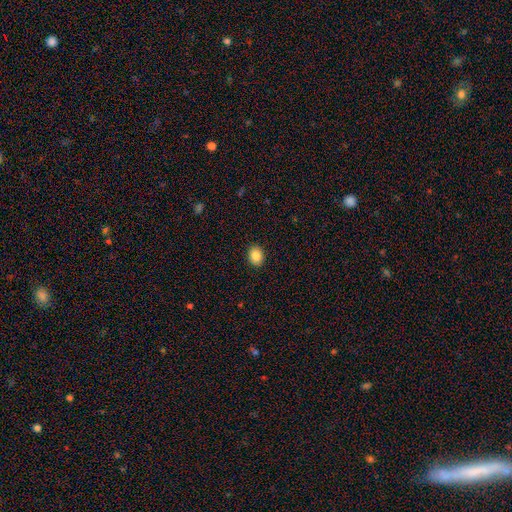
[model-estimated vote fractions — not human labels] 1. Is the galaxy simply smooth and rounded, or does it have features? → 86% smooth, 9% star or artifact, 5% featured or disk.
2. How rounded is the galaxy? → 59% in between, 40% round, 1% cigar-shaped.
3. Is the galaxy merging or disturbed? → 91% none, 7% minor disturbance, 2% major disturbance, 1% merger.